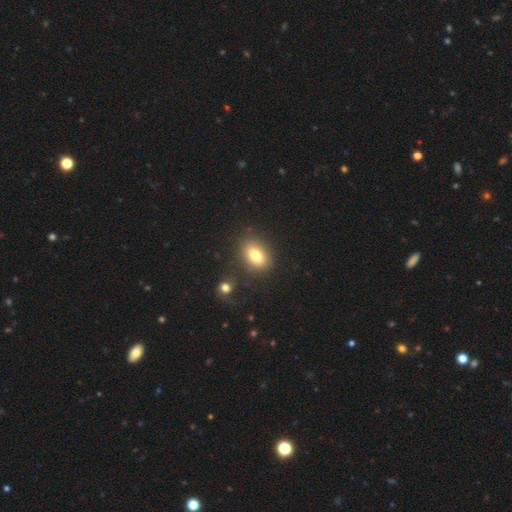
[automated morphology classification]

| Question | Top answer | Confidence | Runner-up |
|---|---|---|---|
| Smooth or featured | smooth | 79% | featured or disk (11%) |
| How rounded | in between | 78% | round (20%) |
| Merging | none | 80% | minor disturbance (10%) |